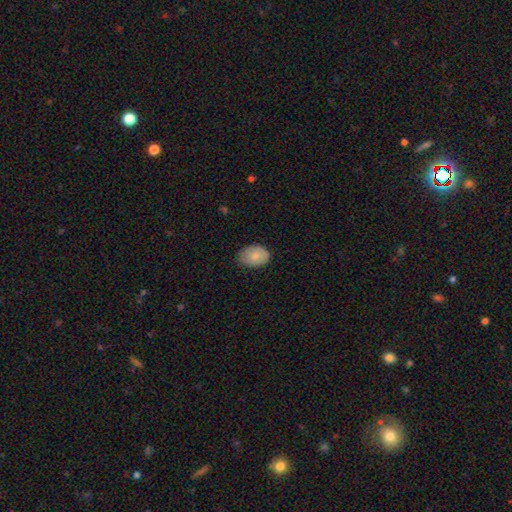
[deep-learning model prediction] smooth_or_featured: smooth (p=0.84) [alt: featured or disk p=0.09]
how_rounded: in between (p=0.78) [alt: round p=0.21]
merging: none (p=0.69) [alt: minor disturbance p=0.26]